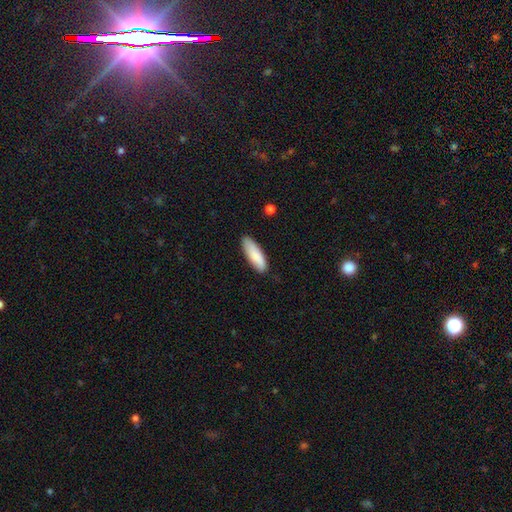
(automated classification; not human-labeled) Smooth or featured?
  - smooth: 86% *
  - featured or disk: 8%
  - star or artifact: 5%
How rounded?
  - in between: 55% *
  - cigar-shaped: 44%
  - round: 1%
Merging?
  - none: 82% *
  - minor disturbance: 14%
  - major disturbance: 2%
  - merger: 1%